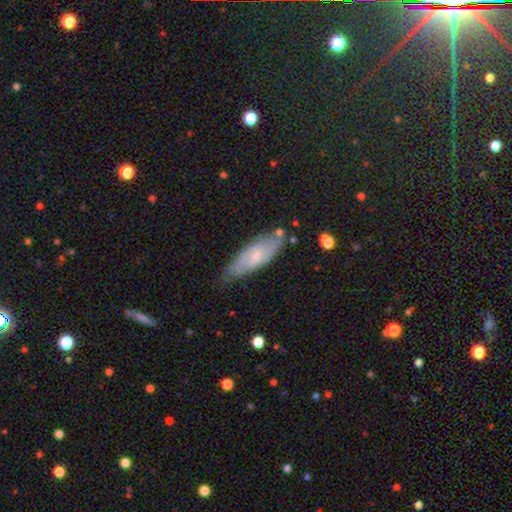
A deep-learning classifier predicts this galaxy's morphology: smooth_or_featured: featured or disk (p=0.50) [alt: smooth p=0.44]
merging: none (p=0.66) [alt: minor disturbance p=0.25]